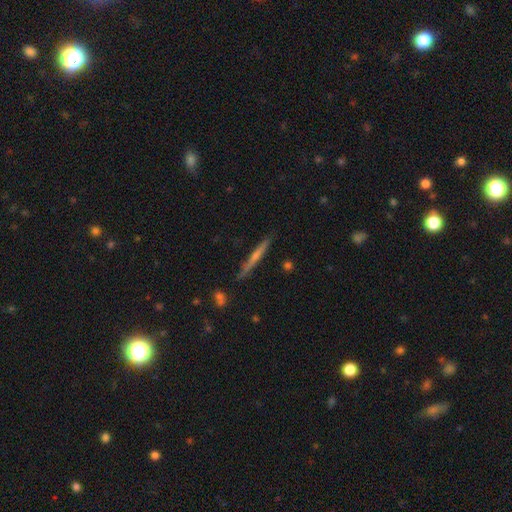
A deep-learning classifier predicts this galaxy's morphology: smooth_or_featured: featured or disk (p=0.60) [alt: smooth p=0.27]
disk_edge_on: yes (p=0.95) [alt: no p=0.05]
edge_on_bulge: rounded (p=0.60) [alt: none p=0.31]
merging: none (p=0.87) [alt: minor disturbance p=0.09]